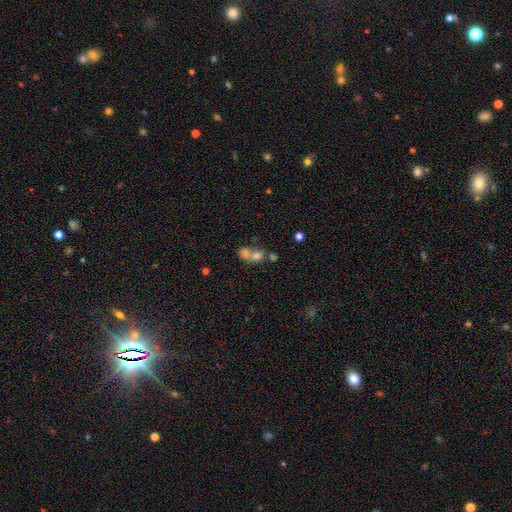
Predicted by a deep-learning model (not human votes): Morphology: type=smooth (61%); roundness=in between (55%); merging=merger (67%).